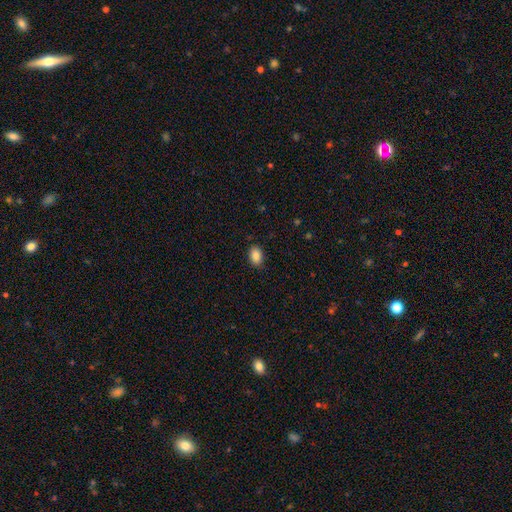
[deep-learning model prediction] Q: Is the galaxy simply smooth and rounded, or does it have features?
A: smooth — 86%.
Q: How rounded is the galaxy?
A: in between — 84%.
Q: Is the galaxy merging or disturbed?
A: none — 87%.